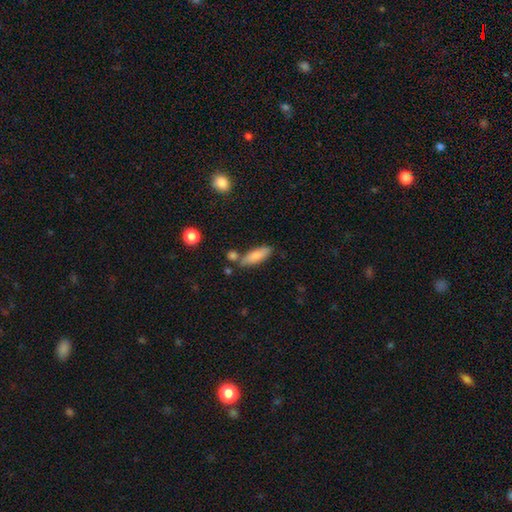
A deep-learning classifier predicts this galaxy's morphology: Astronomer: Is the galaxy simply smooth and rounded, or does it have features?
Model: smooth — 81%.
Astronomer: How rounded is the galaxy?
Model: in between — 56% (runner-up: cigar-shaped, 42%).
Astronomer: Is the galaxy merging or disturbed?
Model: none — 69%.